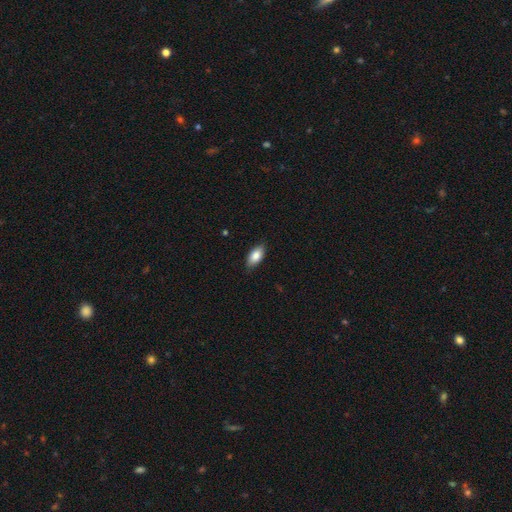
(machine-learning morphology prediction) smooth_or_featured: smooth (p=0.84) [alt: featured or disk p=0.10]
how_rounded: in between (p=0.91) [alt: cigar-shaped p=0.05]
merging: none (p=0.85) [alt: minor disturbance p=0.12]